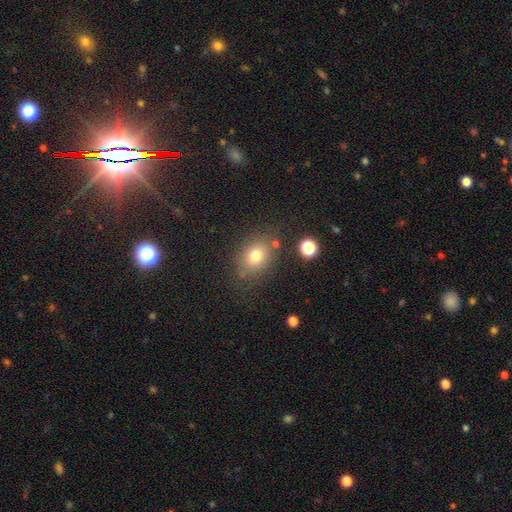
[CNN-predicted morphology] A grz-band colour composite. It shows a smooth galaxy with no disk features (76%) that is in between round and cigar-shaped (58%). Merging: none (75%).